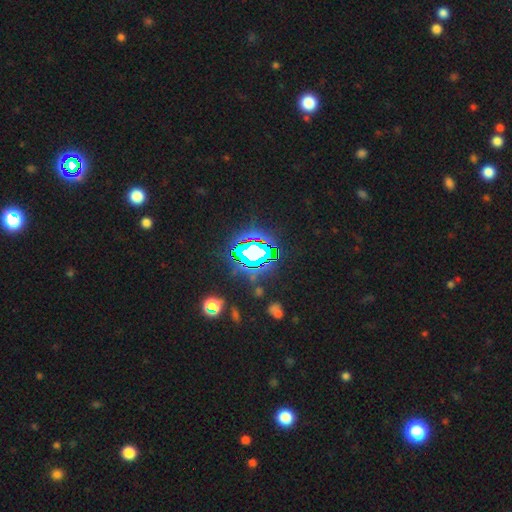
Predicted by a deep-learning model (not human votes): smooth-or-featured: star or artifact: 80% | smooth: 13% | featured or disk: 8%